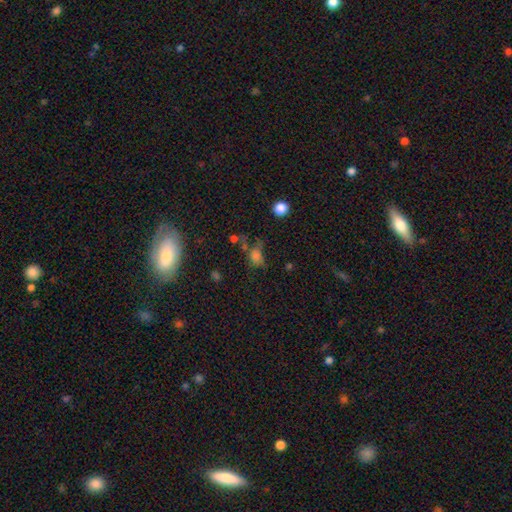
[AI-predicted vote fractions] Smooth or featured?
  - smooth: 62% *
  - star or artifact: 24%
  - featured or disk: 13%
How rounded?
  - in between: 63% *
  - round: 33%
  - cigar-shaped: 4%
Merging?
  - none: 39% *
  - major disturbance: 25%
  - minor disturbance: 21%
  - merger: 15%